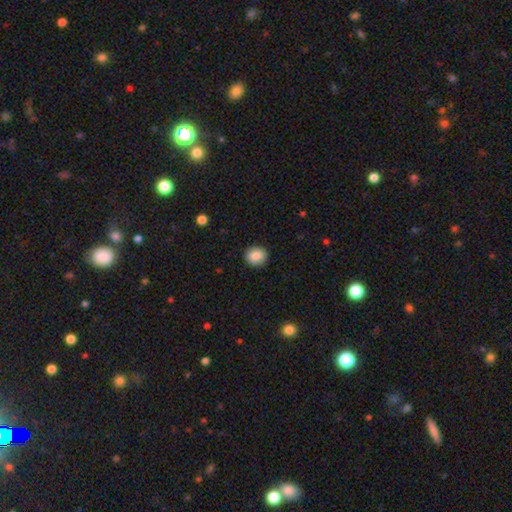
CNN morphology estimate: Overall: smooth (87%). How rounded: round (81%). Merging: none (90%).